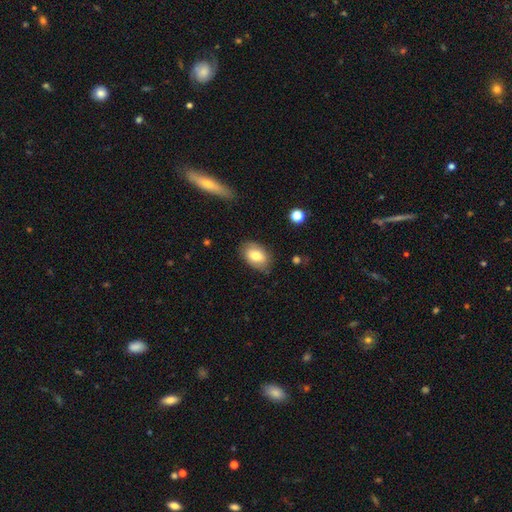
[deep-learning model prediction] Smooth or featured?
  - smooth: 77% *
  - featured or disk: 16%
  - star or artifact: 7%
How rounded?
  - in between: 88% *
  - round: 11%
  - cigar-shaped: 1%
Merging?
  - none: 82% *
  - minor disturbance: 14%
  - major disturbance: 3%
  - merger: 1%